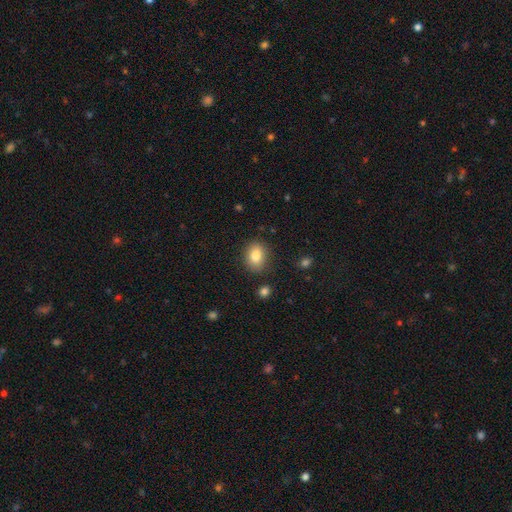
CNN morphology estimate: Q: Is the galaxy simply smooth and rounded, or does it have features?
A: smooth — 83%.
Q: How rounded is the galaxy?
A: in between — 60%.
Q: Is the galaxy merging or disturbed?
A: none — 84%.